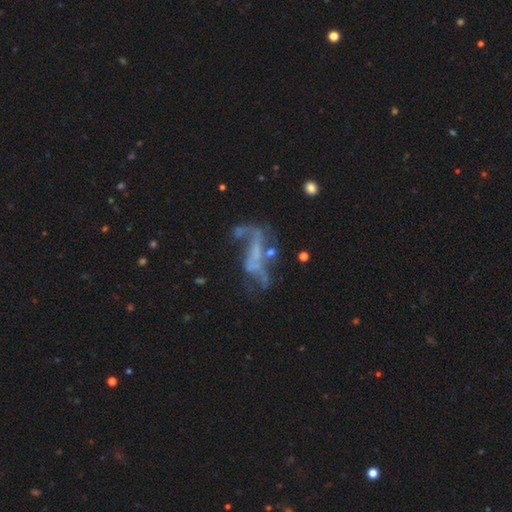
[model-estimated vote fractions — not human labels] Overall: featured or disk (62%). Edge-on disk: no (86%). Bar: no (68%). Spiral arms: no (73%). Bulge size: none (74%). Merging: major disturbance (39%; none 26%).